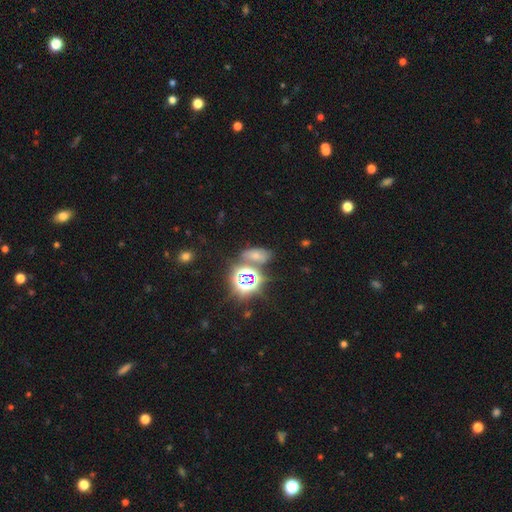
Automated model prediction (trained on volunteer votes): smooth_or_featured: star or artifact (p=0.44) [alt: smooth p=0.43]